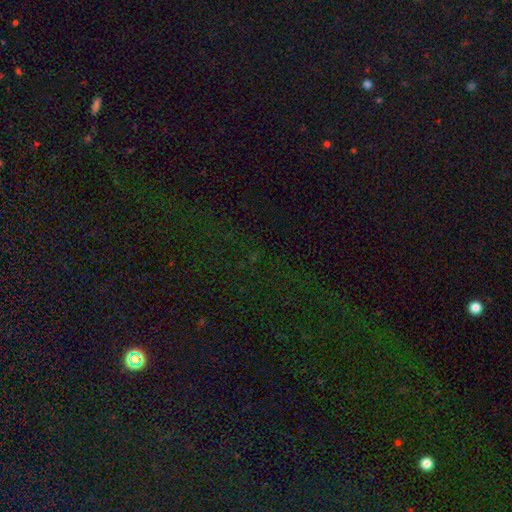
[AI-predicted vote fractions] Overall: star or artifact (77%).